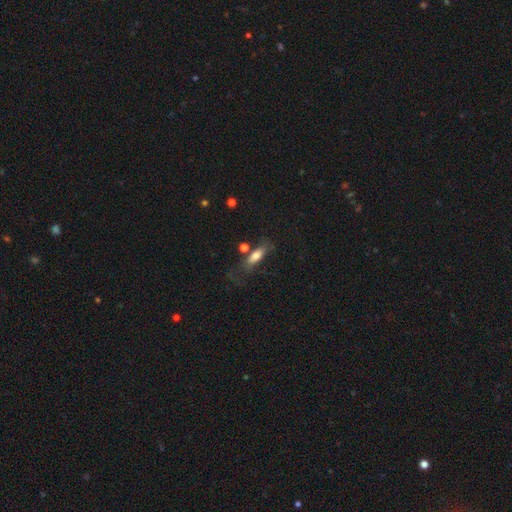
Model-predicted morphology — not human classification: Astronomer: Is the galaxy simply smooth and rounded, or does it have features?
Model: smooth — 72%.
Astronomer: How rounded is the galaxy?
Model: in between — 68%.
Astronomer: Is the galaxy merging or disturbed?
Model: none — 51%.